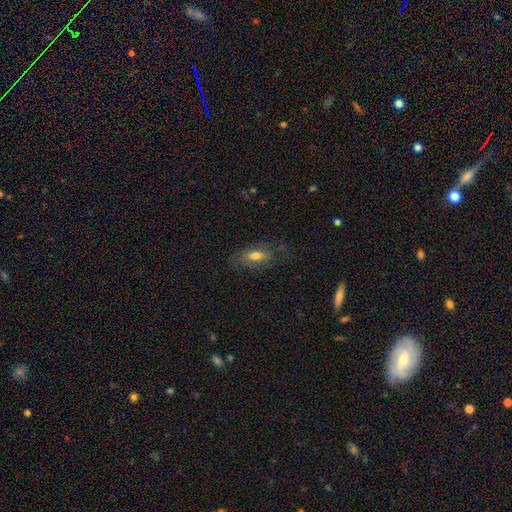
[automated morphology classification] Smooth or featured: smooth — 66% (featured or disk — 25%)
How rounded: in between — 78% (cigar-shaped — 18%)
Merging: none — 67% (minor disturbance — 20%)